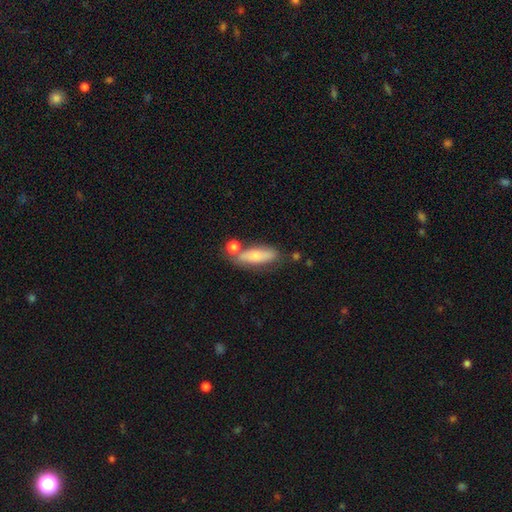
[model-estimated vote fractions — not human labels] This appears to be a smooth galaxy with no disk features (62%) that is in between round and cigar-shaped (55%). Merging: none (62%).